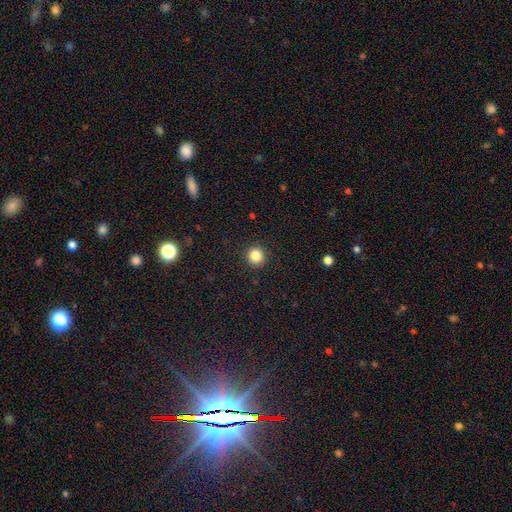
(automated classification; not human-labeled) Smooth or featured?
  - smooth: 85% *
  - star or artifact: 11%
  - featured or disk: 4%
How rounded?
  - round: 92% *
  - in between: 7%
  - cigar-shaped: 1%
Merging?
  - none: 92% *
  - minor disturbance: 5%
  - major disturbance: 2%
  - merger: 1%